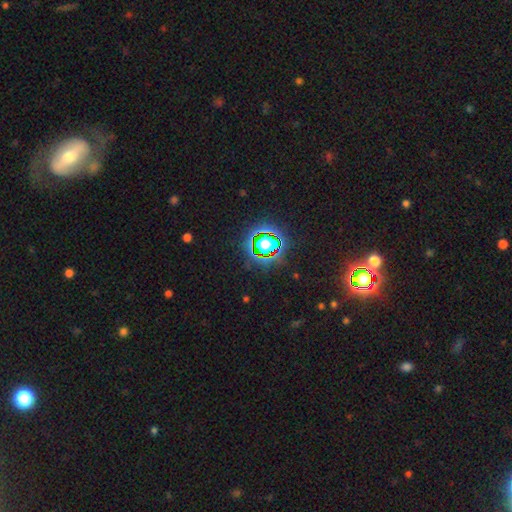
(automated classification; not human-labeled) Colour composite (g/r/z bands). It shows a star or artifact, not a galaxy (77%).